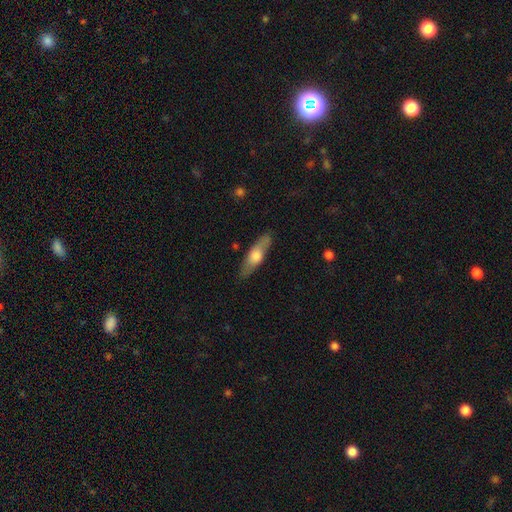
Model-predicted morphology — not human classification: A smooth galaxy with no disk features (52%) that is cigar-shaped (58%).

Vote fractions:
- Smooth or featured? smooth: 52% / featured or disk: 42% / star or artifact: 6%
- How rounded? cigar-shaped: 58% / in between: 39% / round: 3%
- Merging? none: 83% / minor disturbance: 12% / major disturbance: 3% / merger: 1%